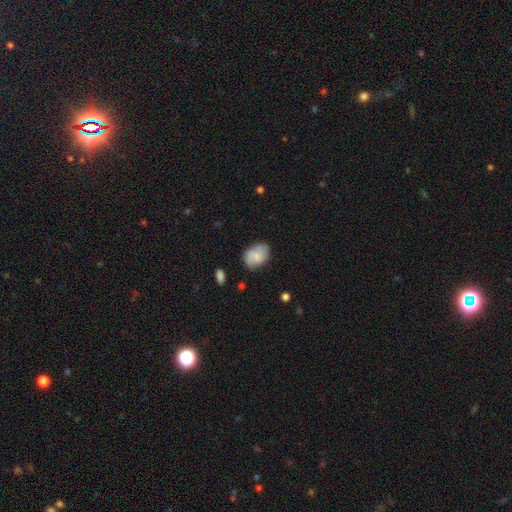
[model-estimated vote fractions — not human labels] Q: Smooth or featured?
A: smooth (81%); runner-up: featured or disk (12%)
Q: How rounded?
A: in between (83%); runner-up: round (16%)
Q: Merging?
A: none (72%); runner-up: minor disturbance (22%)